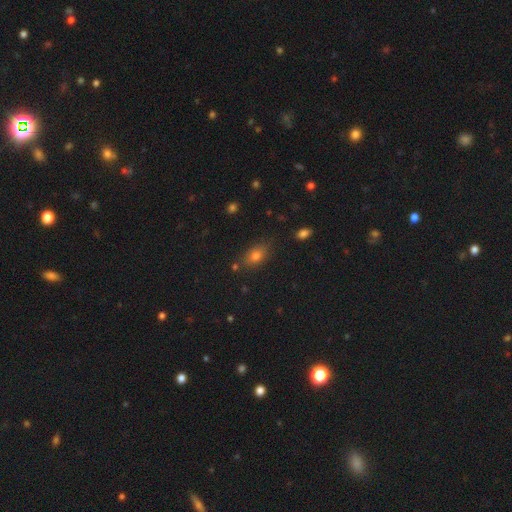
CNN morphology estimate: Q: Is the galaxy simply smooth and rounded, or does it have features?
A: smooth — 76%.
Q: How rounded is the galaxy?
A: in between — 80%.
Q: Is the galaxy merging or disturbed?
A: none — 75%.